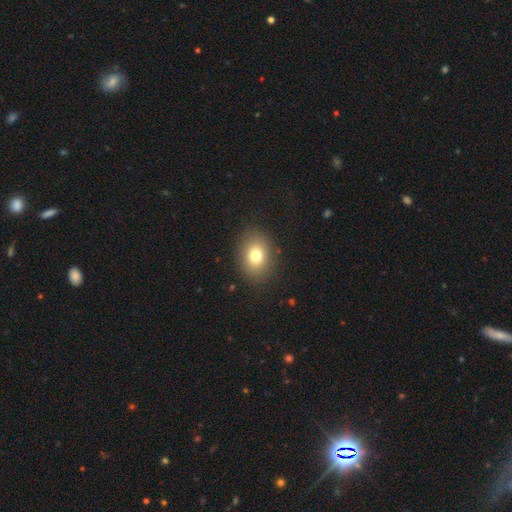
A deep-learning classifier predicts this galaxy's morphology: Q: Smooth or featured?
A: smooth (77%); runner-up: star or artifact (12%)
Q: How rounded?
A: in between (59%); runner-up: round (40%)
Q: Merging?
A: none (87%); runner-up: minor disturbance (9%)